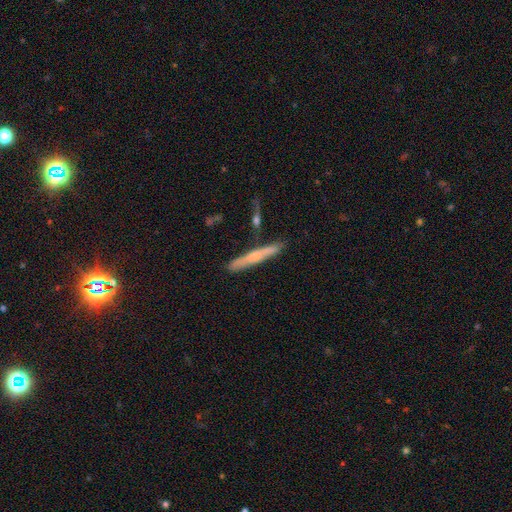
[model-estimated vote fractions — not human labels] Morphology: type=smooth (48%); merging=none (80%).